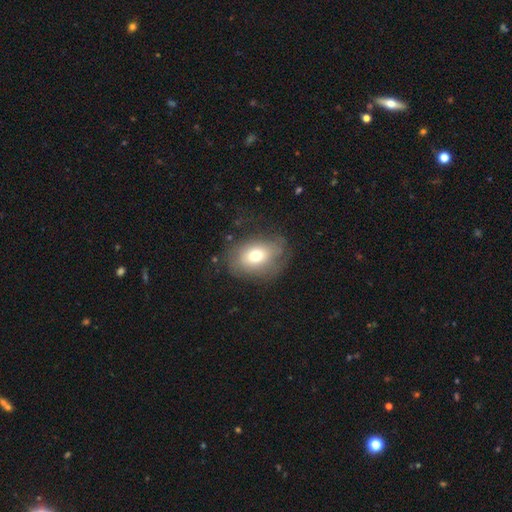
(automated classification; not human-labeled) smooth_or_featured: smooth (p=0.67) [alt: featured or disk p=0.22]
how_rounded: in between (p=0.66) [alt: round p=0.33]
merging: none (p=0.62) [alt: minor disturbance p=0.23]